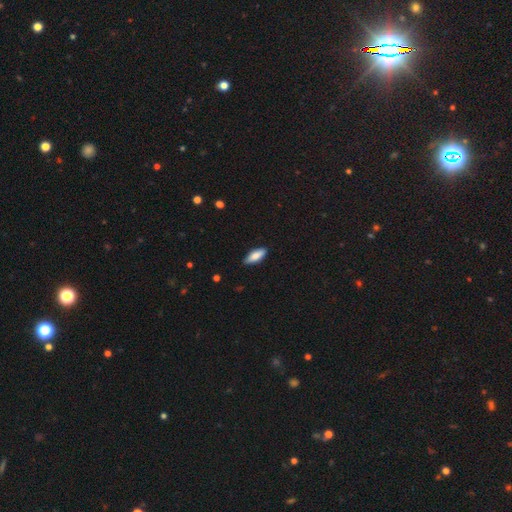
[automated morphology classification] The model was most divided on "how rounded": in between: 69%, cigar-shaped: 29%, round: 2%. More confident: merging — none (87%); smooth or featured — smooth (79%).